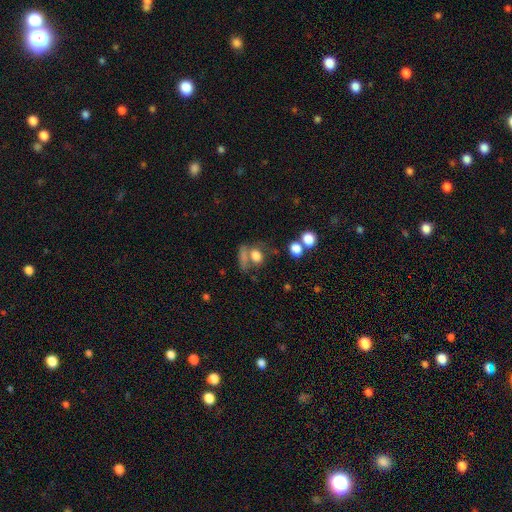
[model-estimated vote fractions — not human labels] Overall: smooth (74%). How rounded: in between (51%; round 45%). Merging: none (42%; merger 29%).